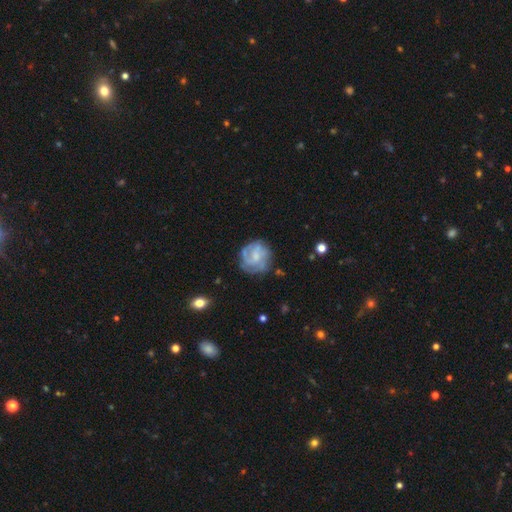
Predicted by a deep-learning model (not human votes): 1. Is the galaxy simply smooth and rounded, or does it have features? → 65% featured or disk, 28% smooth, 7% star or artifact.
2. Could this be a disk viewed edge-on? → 98% no, 2% yes.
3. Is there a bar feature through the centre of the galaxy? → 62% no, 33% weak, 6% strong.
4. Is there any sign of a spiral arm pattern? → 77% yes, 23% no.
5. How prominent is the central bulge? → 40% small, 31% moderate, 25% none, 4% large, 1% dominant.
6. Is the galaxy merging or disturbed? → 70% none, 18% minor disturbance, 10% major disturbance, 2% merger.